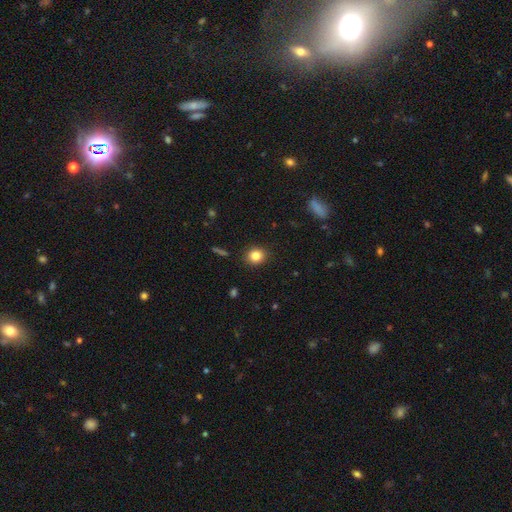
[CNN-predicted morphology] This appears to be a smooth galaxy with no disk features (83%) that is round (71%). Merging: none (90%).